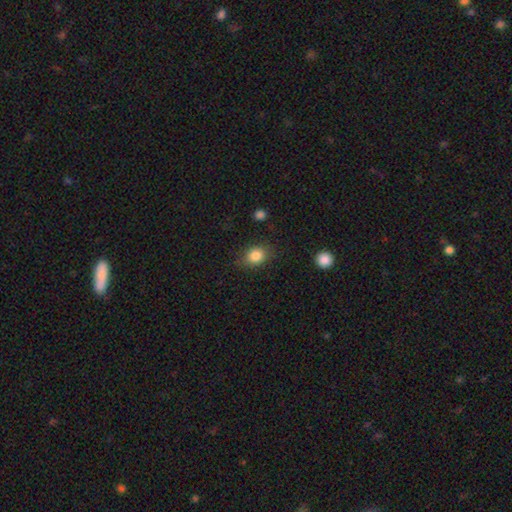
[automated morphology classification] Smooth or featured?
  - smooth: 84% *
  - star or artifact: 10%
  - featured or disk: 7%
How rounded?
  - in between: 50% *
  - round: 48%
  - cigar-shaped: 1%
Merging?
  - none: 79% *
  - minor disturbance: 15%
  - major disturbance: 5%
  - merger: 2%